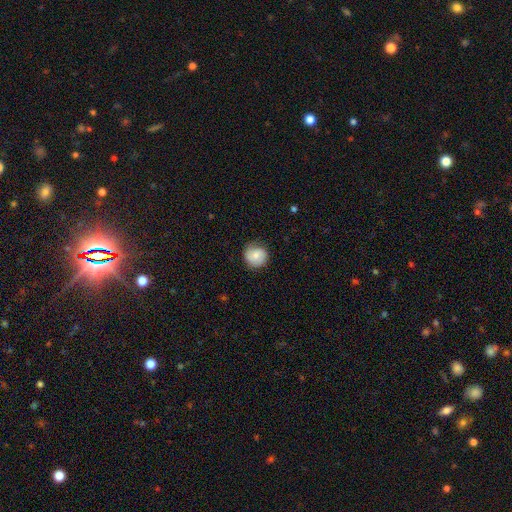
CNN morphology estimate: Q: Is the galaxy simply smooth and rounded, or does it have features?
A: smooth — 74%.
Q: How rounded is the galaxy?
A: round — 89%.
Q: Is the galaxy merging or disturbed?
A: none — 75%.